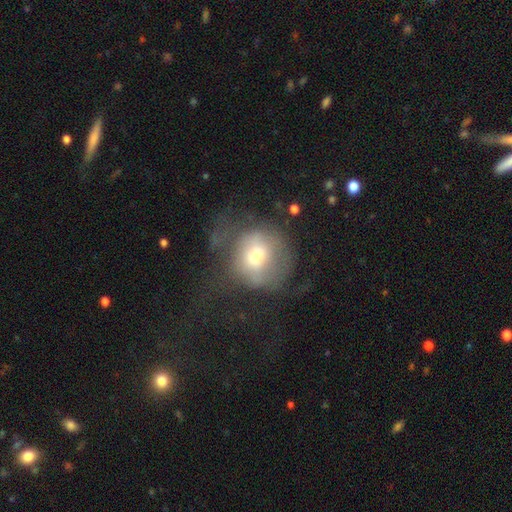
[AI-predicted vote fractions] Smooth or featured? smooth (55%)
How rounded? round (79%)
Merging? major disturbance (41%)